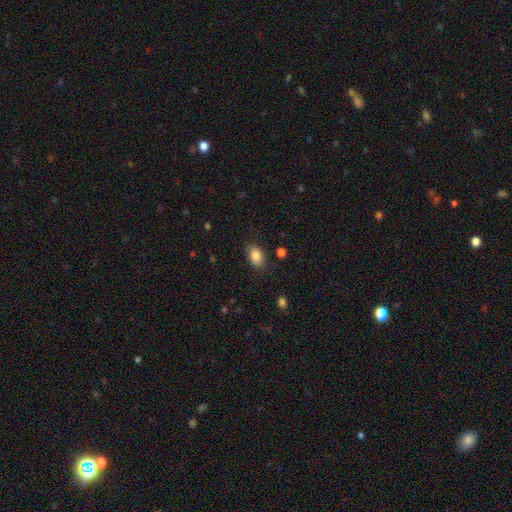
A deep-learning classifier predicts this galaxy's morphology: Smooth or featured? smooth (85%)
How rounded? in between (86%)
Merging? none (82%)